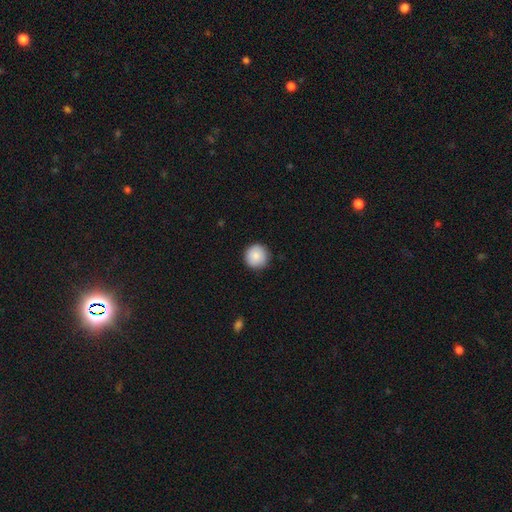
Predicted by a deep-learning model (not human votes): smooth_or_featured: smooth (p=0.87) [alt: star or artifact p=0.07]
how_rounded: round (p=0.96) [alt: in between p=0.03]
merging: none (p=0.91) [alt: minor disturbance p=0.07]